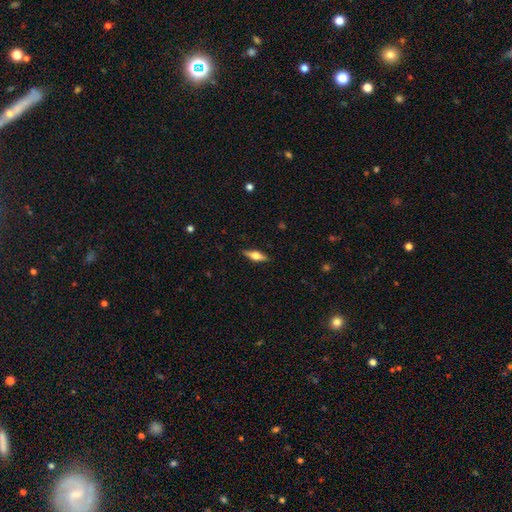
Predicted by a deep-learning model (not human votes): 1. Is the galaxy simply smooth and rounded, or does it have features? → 53% featured or disk, 40% smooth, 7% star or artifact.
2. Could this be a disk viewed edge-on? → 94% yes, 6% no.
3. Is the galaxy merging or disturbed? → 88% none, 9% minor disturbance, 2% major disturbance, 1% merger.